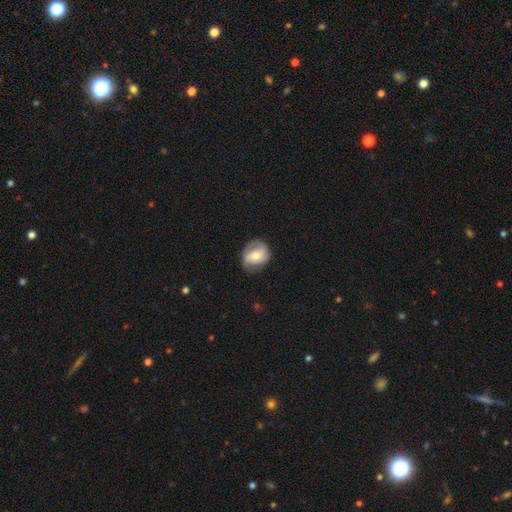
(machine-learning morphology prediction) featured or disk 59%, smooth 34%, star or artifact 7%. Down the decision tree: edge-on disk — no (96%); bar — weak (38%); spiral arms — yes (79%); bulge size — moderate (63%); merging — none (67%).